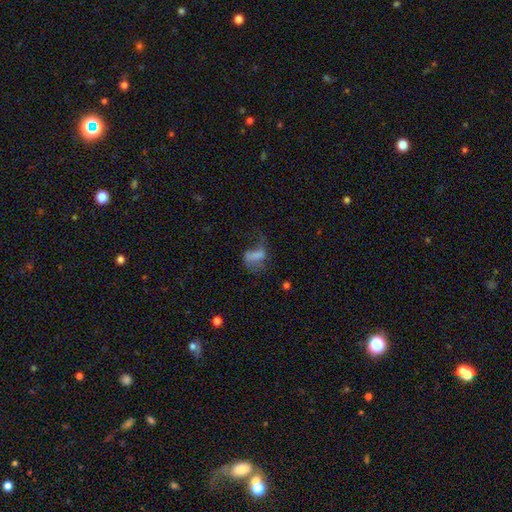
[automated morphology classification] The model was most divided on "smooth or featured": smooth: 45%, featured or disk: 41%, star or artifact: 14%. More confident: merging — major disturbance (53%).